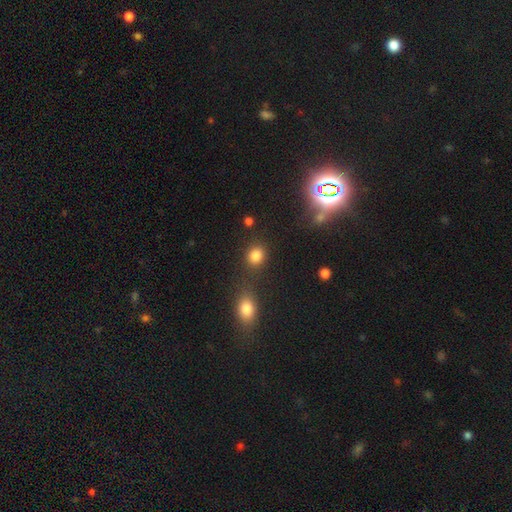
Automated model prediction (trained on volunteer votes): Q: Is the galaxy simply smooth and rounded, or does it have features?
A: smooth — 82%.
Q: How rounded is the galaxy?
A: round — 72%.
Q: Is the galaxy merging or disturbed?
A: none — 76%.